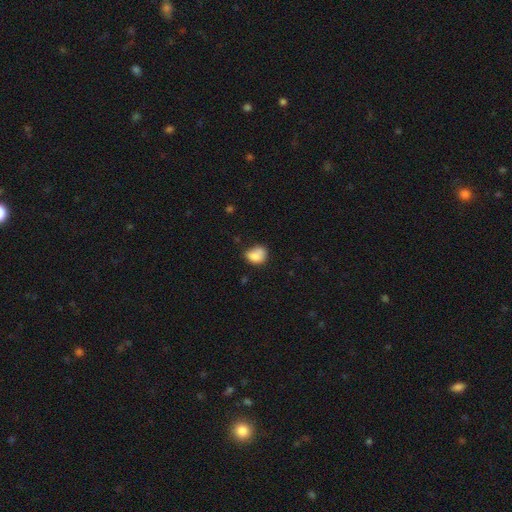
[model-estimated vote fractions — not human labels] Q: Smooth or featured?
A: smooth (77%); runner-up: featured or disk (14%)
Q: How rounded?
A: in between (58%); runner-up: round (41%)
Q: Merging?
A: none (39%); runner-up: minor disturbance (27%)